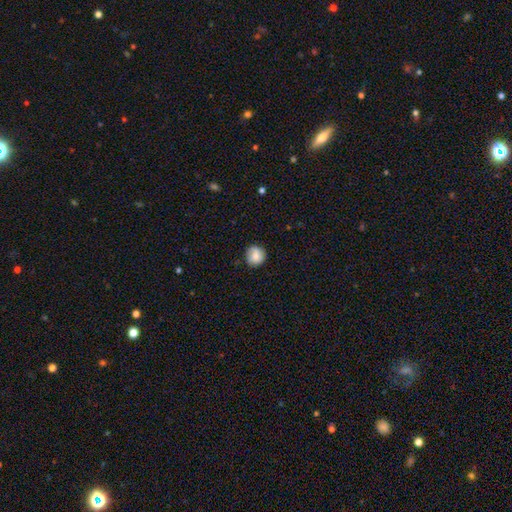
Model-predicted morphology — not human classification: smooth_or_featured: smooth (p=0.75) [alt: featured or disk p=0.17]
how_rounded: round (p=0.88) [alt: in between p=0.11]
merging: none (p=0.79) [alt: minor disturbance p=0.16]